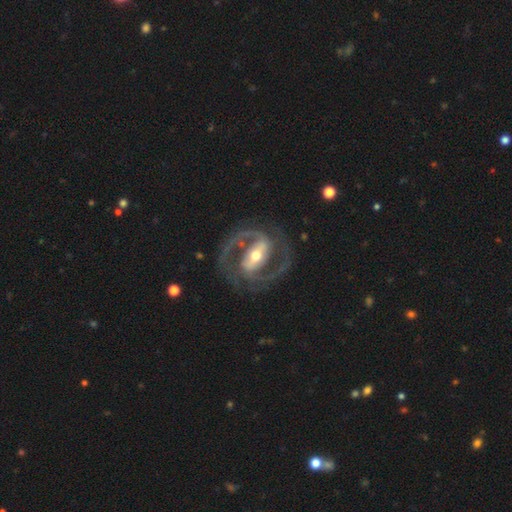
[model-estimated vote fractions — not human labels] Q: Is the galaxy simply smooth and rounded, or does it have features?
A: featured or disk — 92%.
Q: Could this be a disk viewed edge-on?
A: no — 97%.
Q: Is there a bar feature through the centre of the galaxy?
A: strong — 64%.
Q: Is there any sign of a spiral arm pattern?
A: yes — 97%.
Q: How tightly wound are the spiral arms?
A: medium — 60%.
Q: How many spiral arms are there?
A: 2 — 91%.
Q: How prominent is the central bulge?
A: moderate — 67%.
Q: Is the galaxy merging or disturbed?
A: none — 80%.